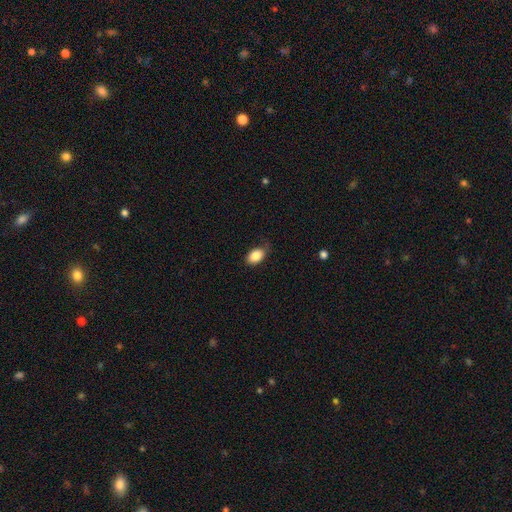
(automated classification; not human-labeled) Smooth or featured?
  - smooth: 86% *
  - star or artifact: 8%
  - featured or disk: 6%
How rounded?
  - in between: 87% *
  - round: 12%
  - cigar-shaped: 1%
Merging?
  - none: 72% *
  - minor disturbance: 22%
  - major disturbance: 5%
  - merger: 1%